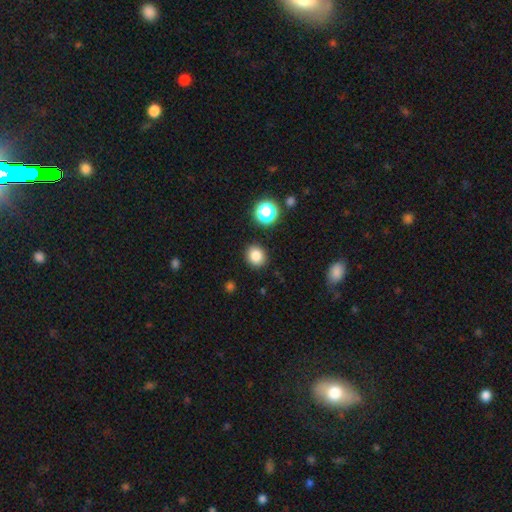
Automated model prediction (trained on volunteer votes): smooth-or-featured: smooth: 83% | star or artifact: 12% | featured or disk: 5%
  how-rounded: round: 78% | in between: 21% | cigar-shaped: 1%
  merging: none: 89% | minor disturbance: 7% | major disturbance: 2% | merger: 2%